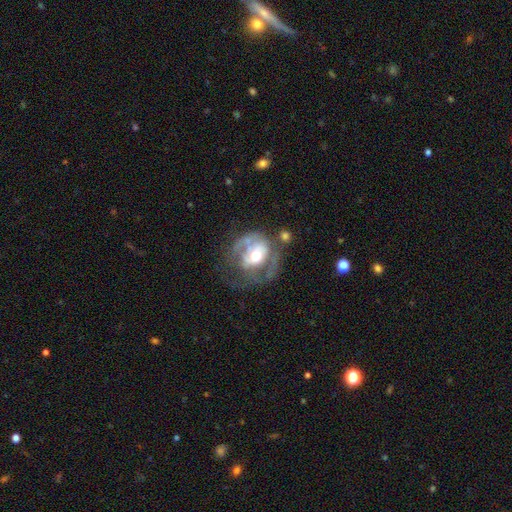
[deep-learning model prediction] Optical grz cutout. It shows a featured or disk galaxy (67%) with no bar (66%), spiral arms (52%) and a moderate central bulge (65%). Merging: major disturbance (37%).